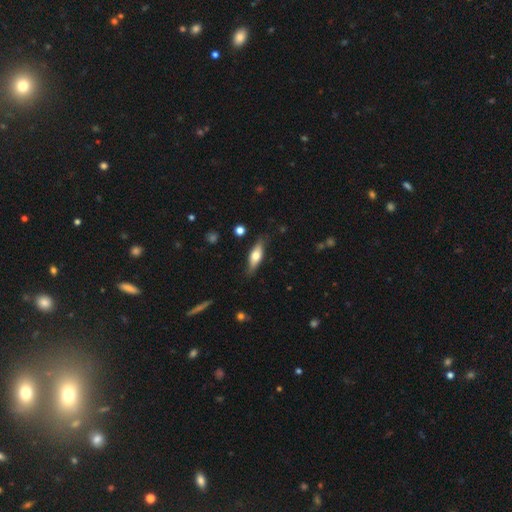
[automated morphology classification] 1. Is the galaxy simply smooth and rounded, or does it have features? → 55% smooth, 39% featured or disk, 6% star or artifact.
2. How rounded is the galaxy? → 52% in between, 45% cigar-shaped, 3% round.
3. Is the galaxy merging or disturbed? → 82% none, 14% minor disturbance, 3% major disturbance, 1% merger.